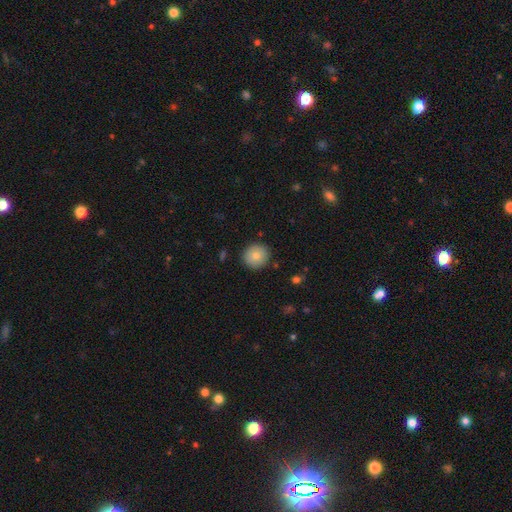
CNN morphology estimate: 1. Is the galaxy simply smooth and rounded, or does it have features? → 80% smooth, 12% featured or disk, 9% star or artifact.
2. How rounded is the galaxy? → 93% round, 6% in between, 1% cigar-shaped.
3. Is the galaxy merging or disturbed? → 90% none, 7% minor disturbance, 2% major disturbance, 1% merger.